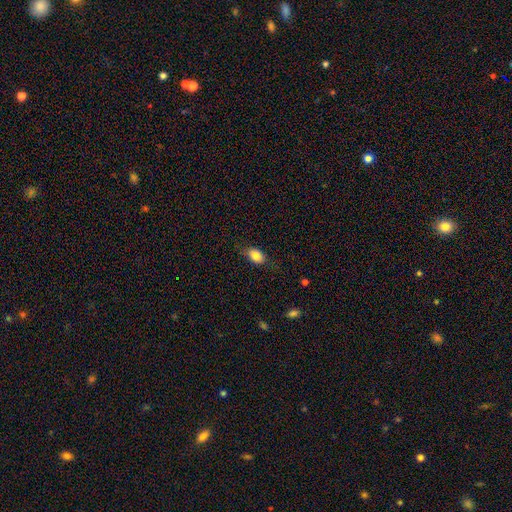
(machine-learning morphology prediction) This appears to be a smooth galaxy with no disk features (84%) that is in between round and cigar-shaped (83%). Merging: none (77%).